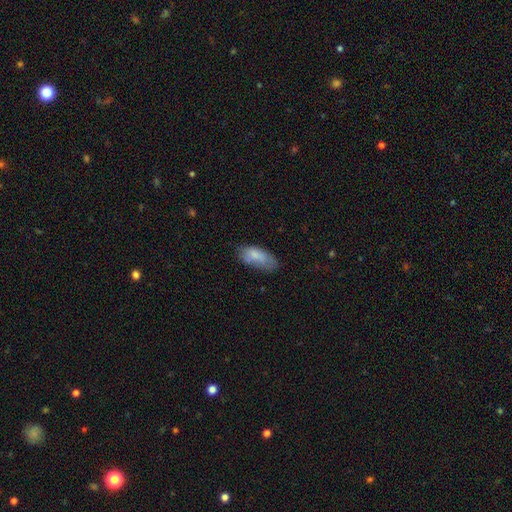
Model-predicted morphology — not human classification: A smooth galaxy with no disk features (77%) that is in between round and cigar-shaped (88%).

Vote fractions:
- Smooth or featured? smooth: 77% / featured or disk: 16% / star or artifact: 7%
- How rounded? in between: 88% / cigar-shaped: 9% / round: 2%
- Merging? none: 54% / minor disturbance: 31% / major disturbance: 11% / merger: 5%